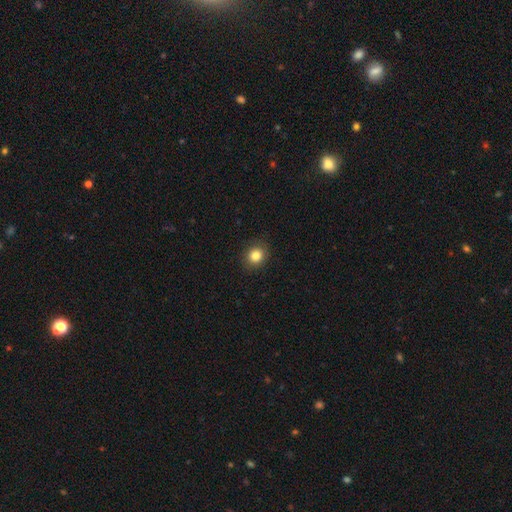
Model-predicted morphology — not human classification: Smooth or featured?
  - smooth: 83% *
  - star or artifact: 11%
  - featured or disk: 6%
How rounded?
  - round: 77% *
  - in between: 22%
  - cigar-shaped: 1%
Merging?
  - none: 90% *
  - minor disturbance: 7%
  - major disturbance: 2%
  - merger: 1%